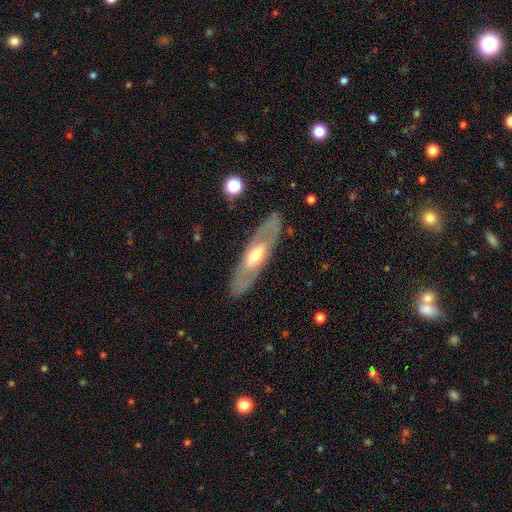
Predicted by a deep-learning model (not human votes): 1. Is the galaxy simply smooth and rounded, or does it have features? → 62% featured or disk, 33% smooth, 5% star or artifact.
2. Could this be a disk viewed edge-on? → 67% no, 33% yes.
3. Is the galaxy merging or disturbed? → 85% none, 10% minor disturbance, 3% major disturbance, 1% merger.